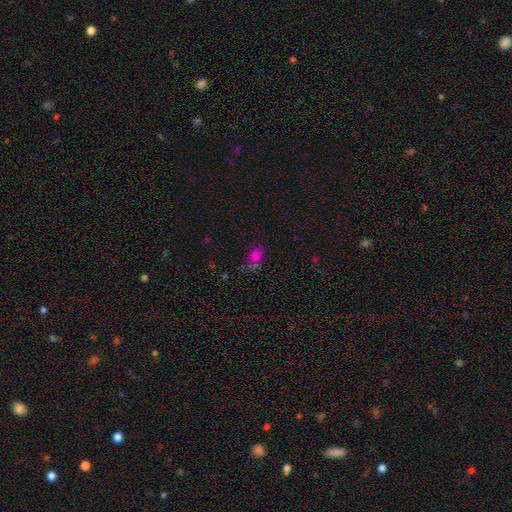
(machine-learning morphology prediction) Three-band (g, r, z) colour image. It shows a smooth galaxy with no disk features (74%) that is in between round and cigar-shaped (72%). Merging: none (57%).